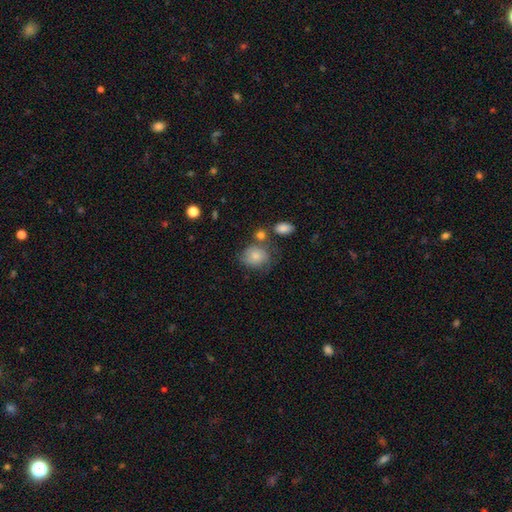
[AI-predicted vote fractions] Smooth or featured: smooth — 75% (featured or disk — 17%)
How rounded: round — 56% (in between — 43%)
Merging: none — 52% (minor disturbance — 25%)